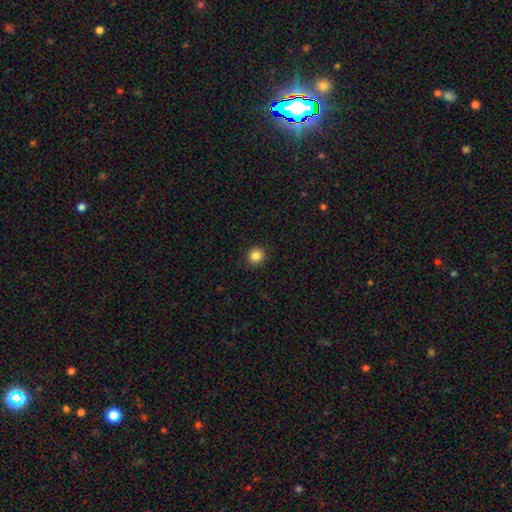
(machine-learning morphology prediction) Overall: smooth (85%). How rounded: round (93%). Merging: none (92%).